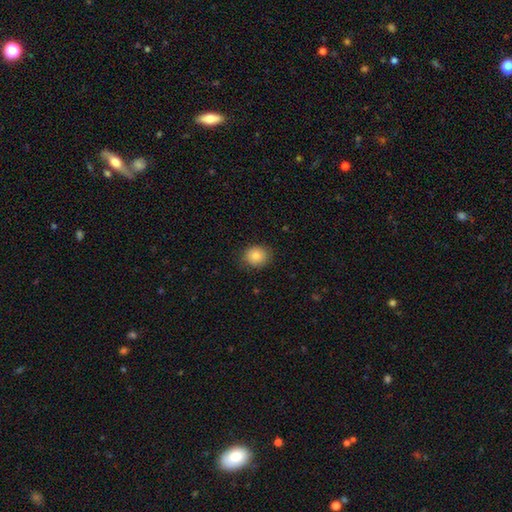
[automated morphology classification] Overall: smooth (81%). How rounded: round (72%). Merging: none (84%).